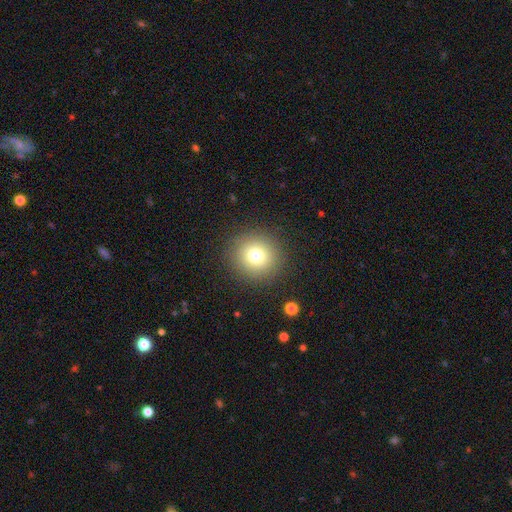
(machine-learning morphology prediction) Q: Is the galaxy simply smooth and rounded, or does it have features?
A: smooth — 76%.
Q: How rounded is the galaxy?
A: round — 93%.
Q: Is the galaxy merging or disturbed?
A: none — 90%.